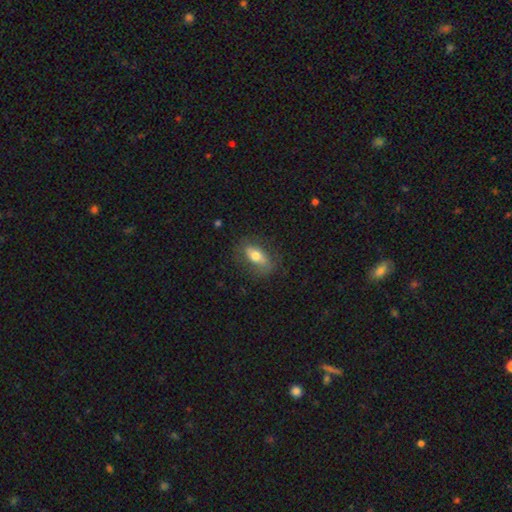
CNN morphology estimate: This appears to be a smooth galaxy with no disk features (58%) that is in between round and cigar-shaped (78%). Merging: none (71%).